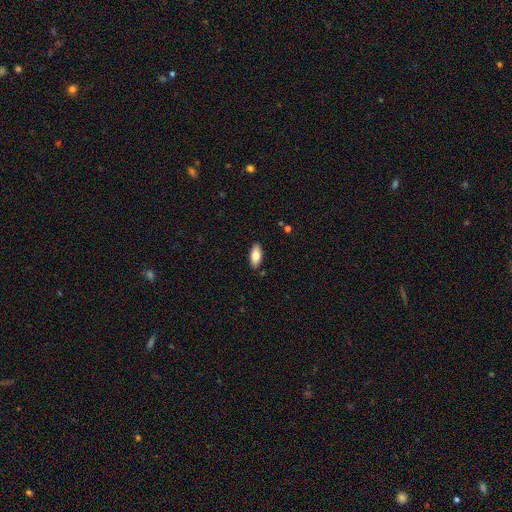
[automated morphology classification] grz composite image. It shows a smooth galaxy with no disk features (79%) that is in between round and cigar-shaped (89%). Merging: none (88%).